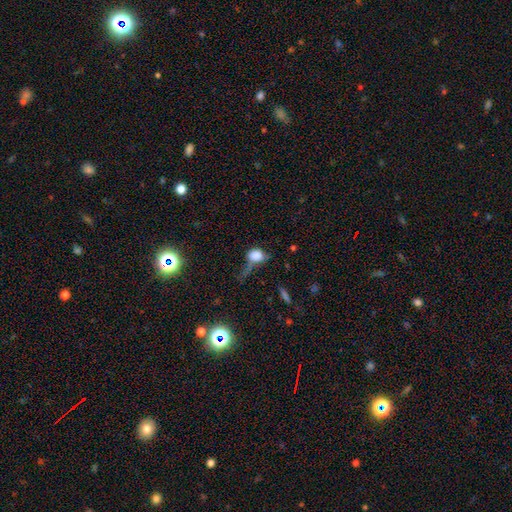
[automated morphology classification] Overall: smooth (77%). How rounded: round (53%; in between 45%). Merging: major disturbance (32%; none 30%).